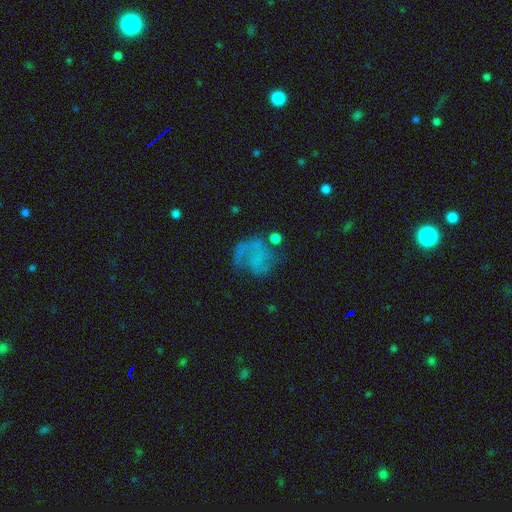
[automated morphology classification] type=featured or disk (53%); edge-on=no (98%); bar=no (78%); spiral arms=yes (65%); bulge=none (76%); merging=none (41%).